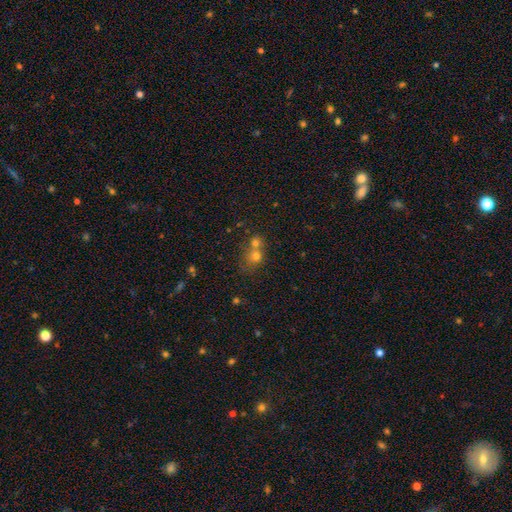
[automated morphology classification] Smooth or featured? Predicted: smooth (p=0.63). How rounded? Predicted: round (p=0.76). Merging? Predicted: merger (p=0.54).